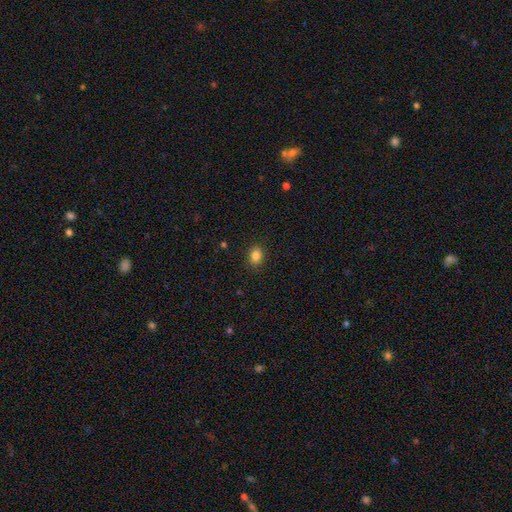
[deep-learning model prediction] Smooth or featured? smooth (85%)
How rounded? in between (55%)
Merging? none (87%)